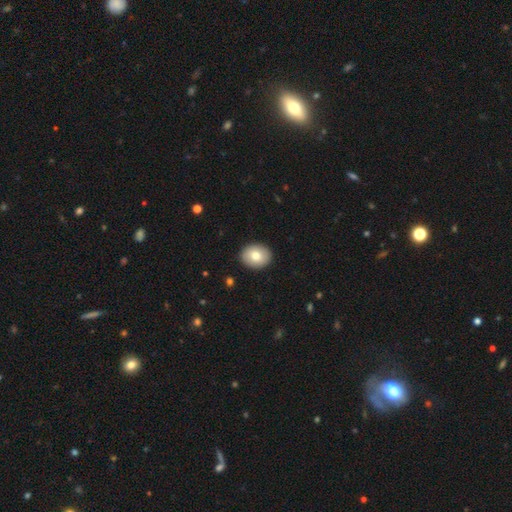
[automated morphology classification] Smooth or featured? Predicted: smooth (p=0.79). How rounded? Predicted: round (p=0.50). Merging? Predicted: none (p=0.91).